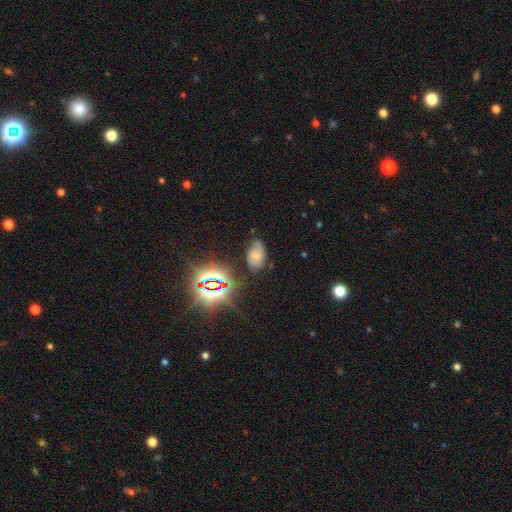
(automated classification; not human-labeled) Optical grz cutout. It shows a smooth galaxy with no disk features (45%). Merging: none (65%).